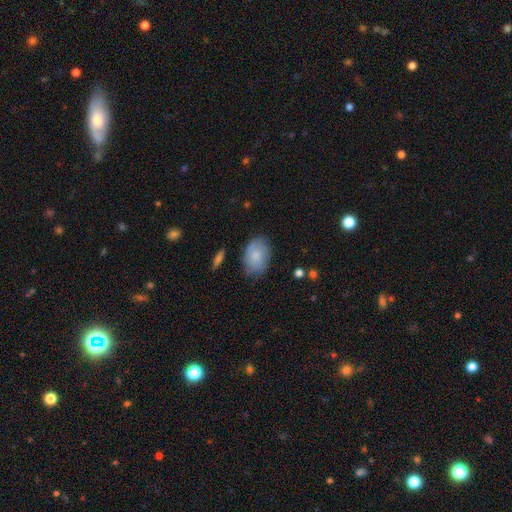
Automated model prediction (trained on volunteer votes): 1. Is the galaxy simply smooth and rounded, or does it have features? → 73% smooth, 20% featured or disk, 7% star or artifact.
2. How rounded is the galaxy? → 82% in between, 16% round, 1% cigar-shaped.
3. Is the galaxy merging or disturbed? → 74% none, 20% minor disturbance, 5% major disturbance, 2% merger.